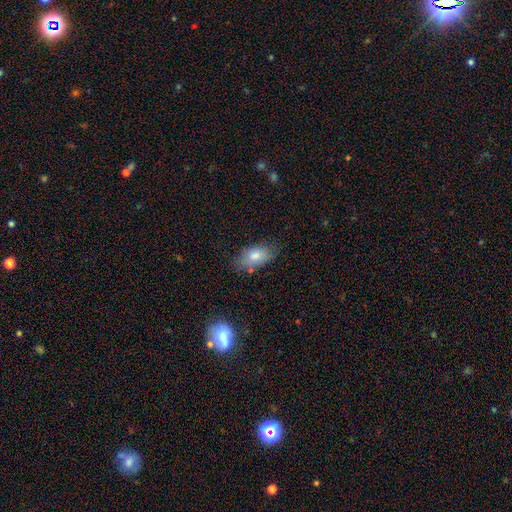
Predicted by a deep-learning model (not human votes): Overall: smooth (79%). How rounded: in between (91%). Merging: none (70%).